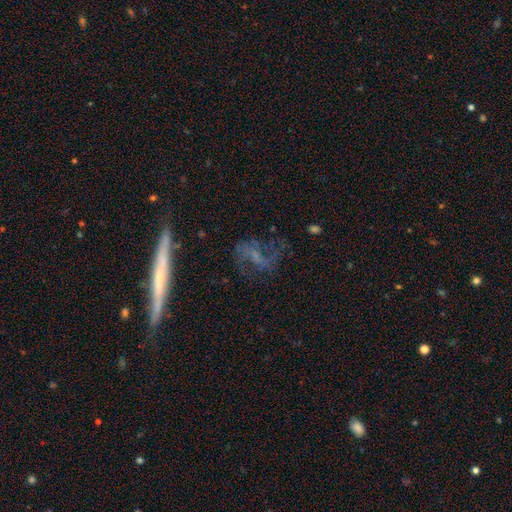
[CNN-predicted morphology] Smooth or featured? featured or disk (66%)
Edge-on disk? no (86%)
Bar? no (45%)
Spiral arms? yes (76%)
Bulge size? none (54%)
Merging? none (60%)